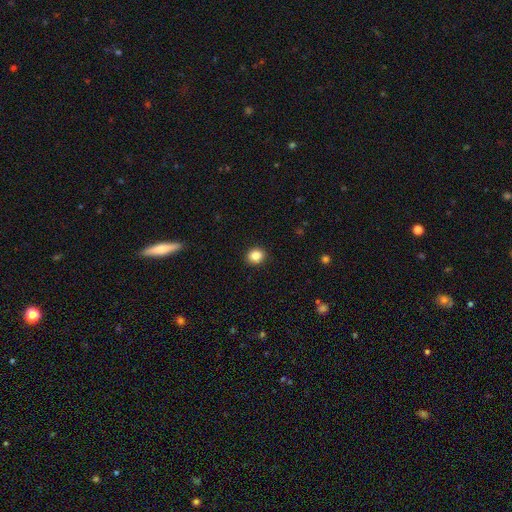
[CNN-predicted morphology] smooth_or_featured: smooth (p=0.86) [alt: star or artifact p=0.10]
how_rounded: round (p=0.72) [alt: in between p=0.27]
merging: none (p=0.91) [alt: minor disturbance p=0.06]